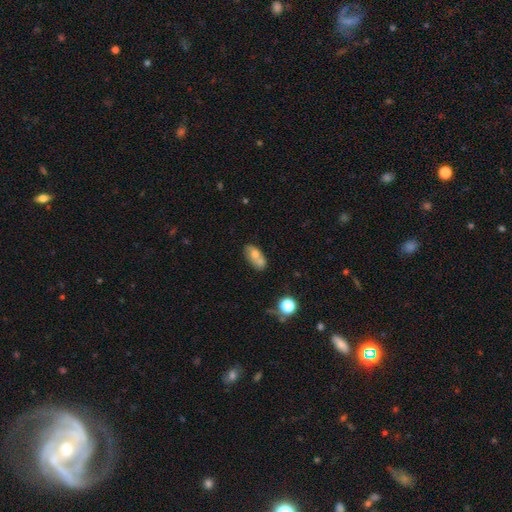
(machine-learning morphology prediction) A smooth galaxy with no disk features (58%) that is in between round and cigar-shaped (88%). Merging: none (46%).